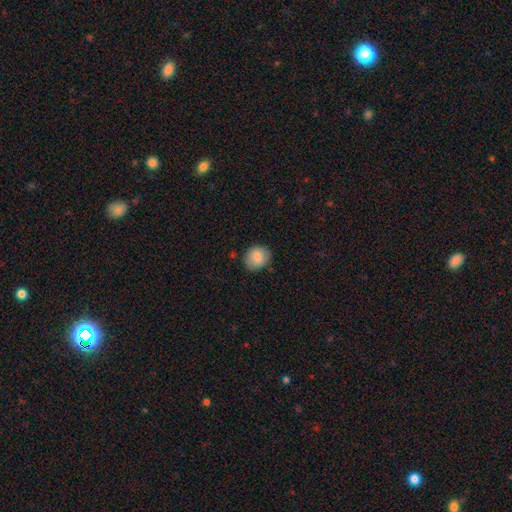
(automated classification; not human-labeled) This is clearly a smooth galaxy (85%). How rounded: likely round (66%). Merging: clearly none (83%).